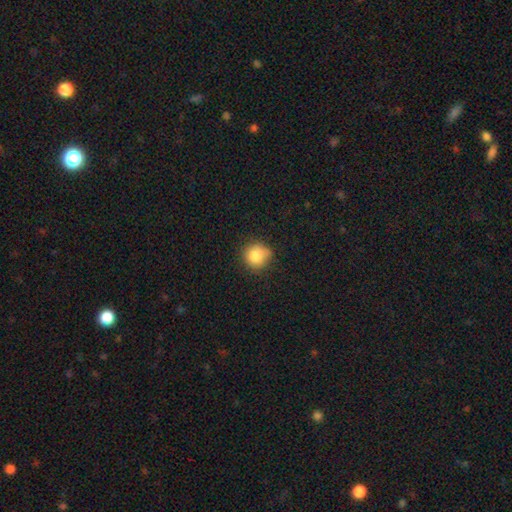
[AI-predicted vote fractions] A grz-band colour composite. It shows a smooth galaxy with no disk features (84%) that is round (90%). Merging: none (70%).